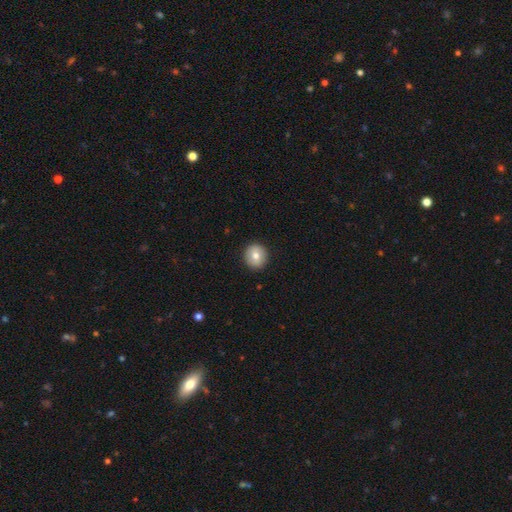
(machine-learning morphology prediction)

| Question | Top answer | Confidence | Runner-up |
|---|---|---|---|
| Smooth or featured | smooth | 76% | featured or disk (16%) |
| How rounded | round | 89% | in between (10%) |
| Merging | none | 91% | minor disturbance (6%) |